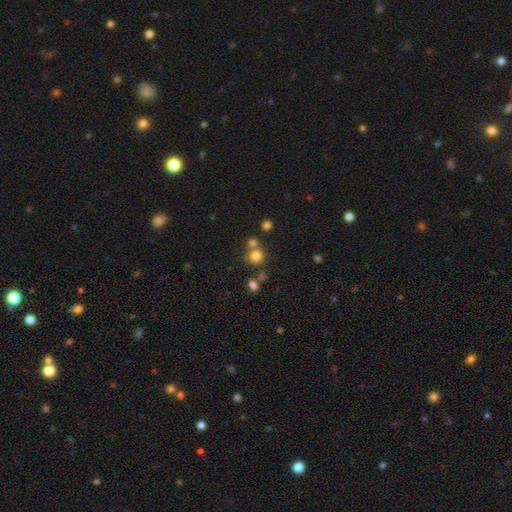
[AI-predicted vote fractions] A smooth galaxy with no disk features (77%) that is round (89%).

Vote fractions:
- Smooth or featured? smooth: 77% / star or artifact: 15% / featured or disk: 8%
- How rounded? round: 89% / in between: 10% / cigar-shaped: 1%
- Merging? none: 61% / merger: 27% / minor disturbance: 8% / major disturbance: 4%